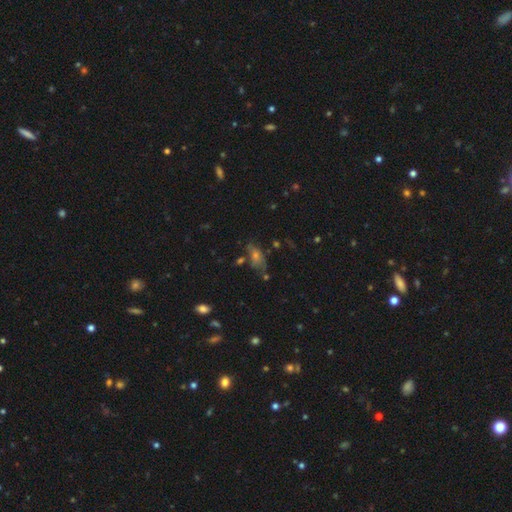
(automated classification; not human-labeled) Smooth or featured? smooth (44%)
Merging? none (61%)